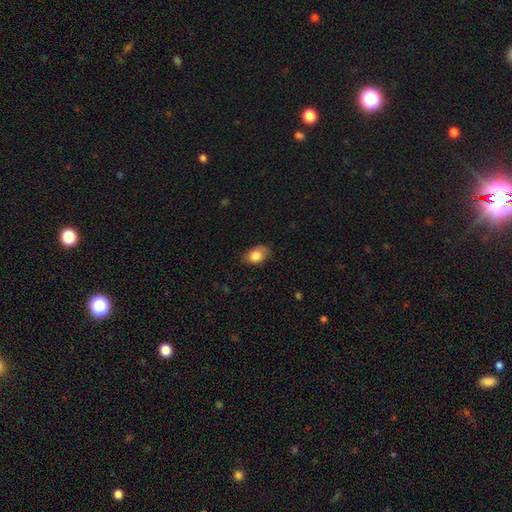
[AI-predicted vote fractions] A smooth galaxy with no disk features (83%) that is in between round and cigar-shaped (82%). Merging: none (71%).